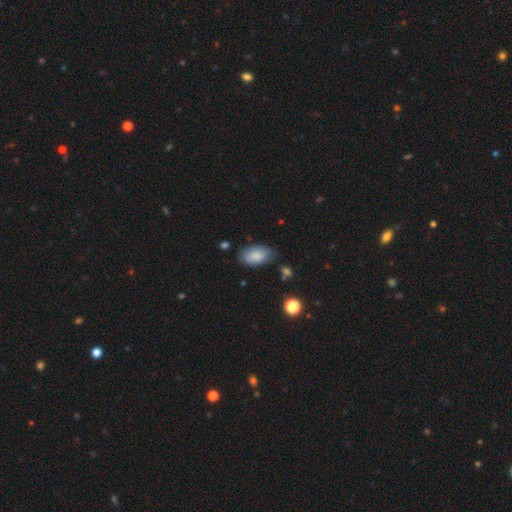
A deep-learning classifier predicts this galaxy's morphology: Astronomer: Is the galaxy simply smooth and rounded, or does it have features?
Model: smooth — 84%.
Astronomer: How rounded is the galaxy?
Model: in between — 94%.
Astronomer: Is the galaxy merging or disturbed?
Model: none — 74%.